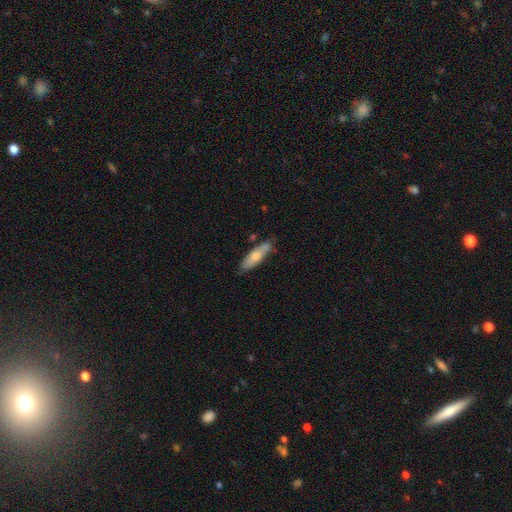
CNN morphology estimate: Smooth or featured? smooth (70%)
How rounded? cigar-shaped (57%)
Merging? none (66%)